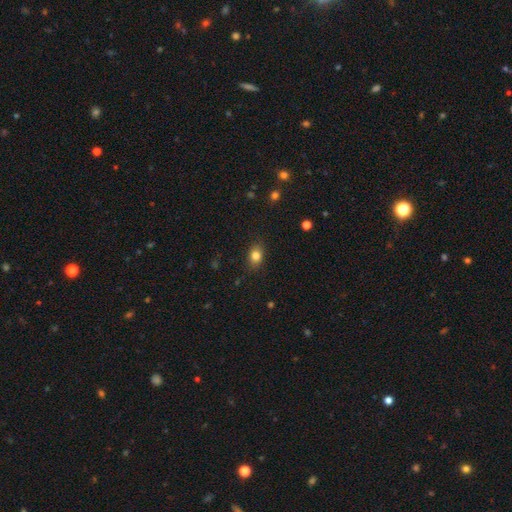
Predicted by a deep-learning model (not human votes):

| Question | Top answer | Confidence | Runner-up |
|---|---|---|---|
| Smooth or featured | smooth | 82% | star or artifact (10%) |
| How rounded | in between | 69% | round (29%) |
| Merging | none | 85% | minor disturbance (11%) |